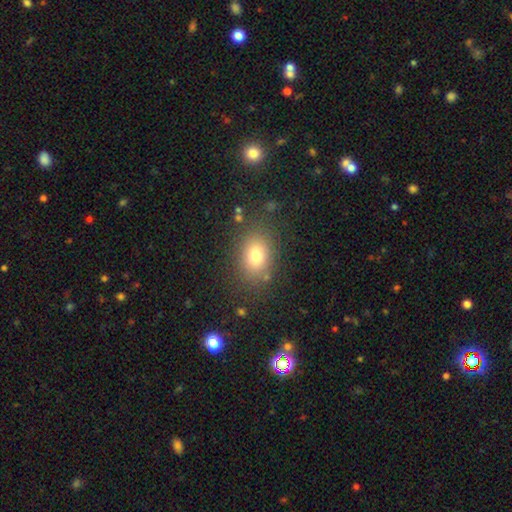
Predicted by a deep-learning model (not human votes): Morphology: type=smooth (76%); roundness=in between (67%); merging=none (82%).